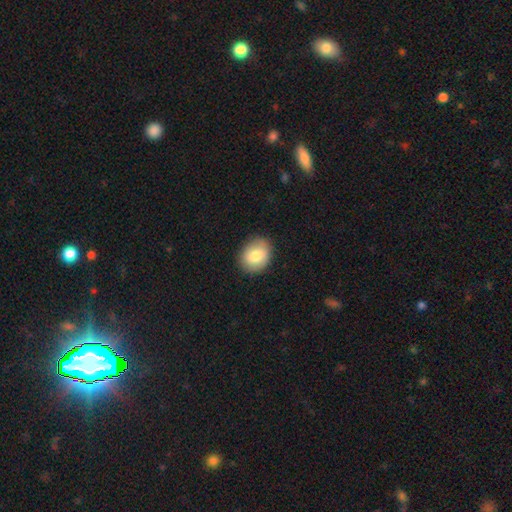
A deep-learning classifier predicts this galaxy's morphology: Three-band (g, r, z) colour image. It shows a smooth galaxy with no disk features (83%) that is in between round and cigar-shaped (51%). Merging: none (86%).